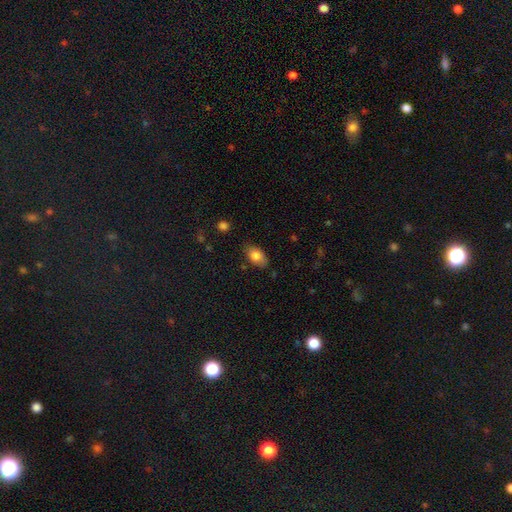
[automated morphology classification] Smooth or featured? Predicted: smooth (p=0.81). How rounded? Predicted: in between (p=0.89). Merging? Predicted: none (p=0.74).